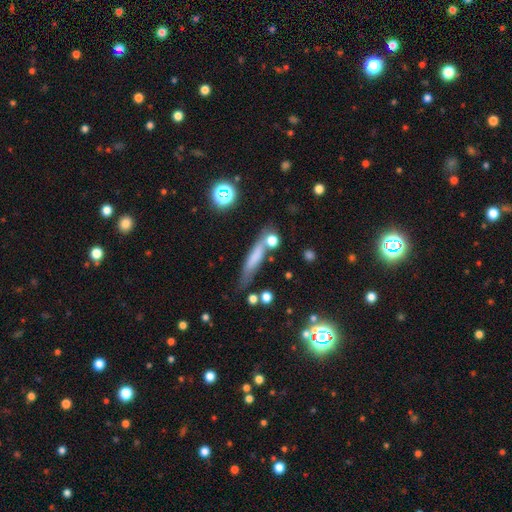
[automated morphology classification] Smooth or featured? smooth (63%)
How rounded? cigar-shaped (83%)
Merging? none (65%)